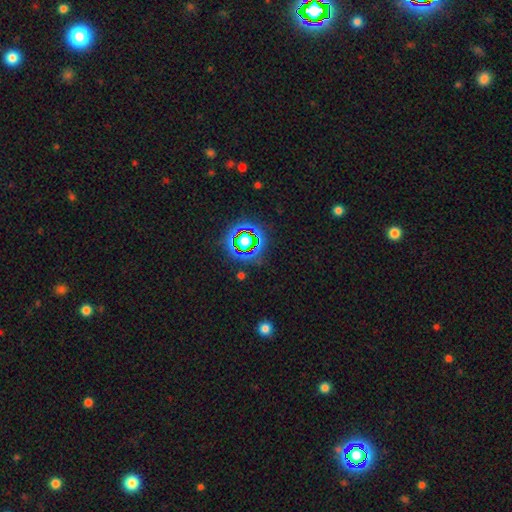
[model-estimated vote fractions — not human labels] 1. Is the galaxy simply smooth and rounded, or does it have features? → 70% star or artifact, 18% smooth, 11% featured or disk.